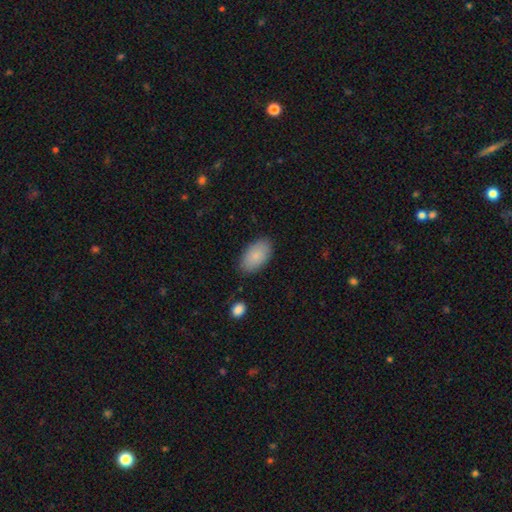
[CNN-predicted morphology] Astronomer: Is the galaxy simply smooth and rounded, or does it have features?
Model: smooth — 86%.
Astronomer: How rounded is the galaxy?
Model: in between — 95%.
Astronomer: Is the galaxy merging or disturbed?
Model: none — 84%.